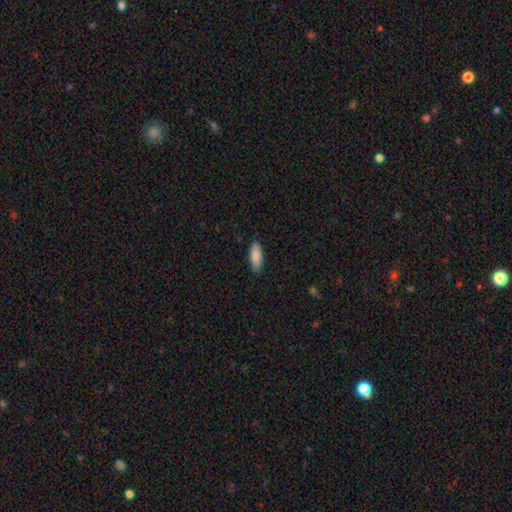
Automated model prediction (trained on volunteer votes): Smooth or featured? smooth (88%)
How rounded? in between (68%)
Merging? none (87%)